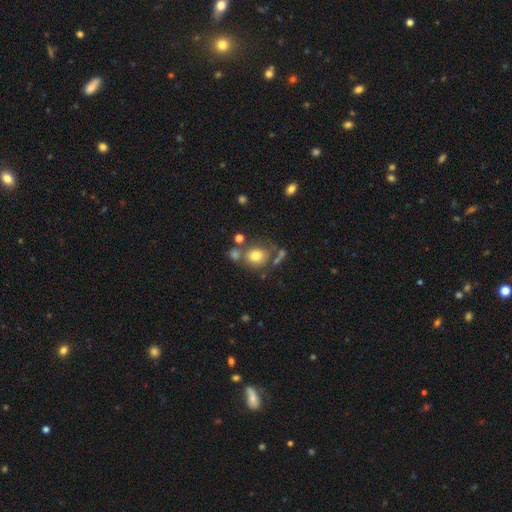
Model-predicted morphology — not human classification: Smooth or featured? smooth (76%)
How rounded? round (73%)
Merging? none (59%)